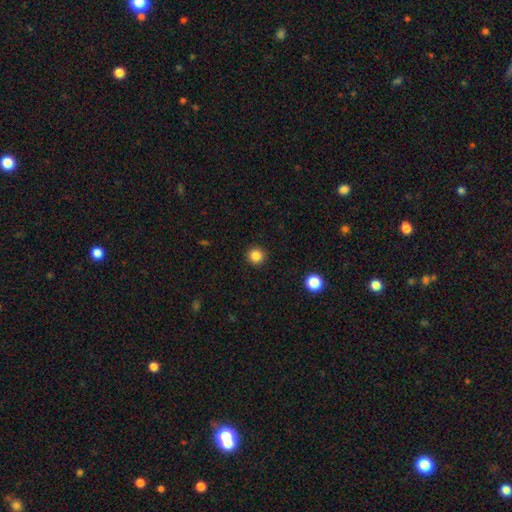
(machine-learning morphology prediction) Smooth or featured?
  - smooth: 85% *
  - star or artifact: 11%
  - featured or disk: 4%
How rounded?
  - round: 94% *
  - in between: 5%
  - cigar-shaped: 1%
Merging?
  - none: 92% *
  - minor disturbance: 5%
  - major disturbance: 2%
  - merger: 1%